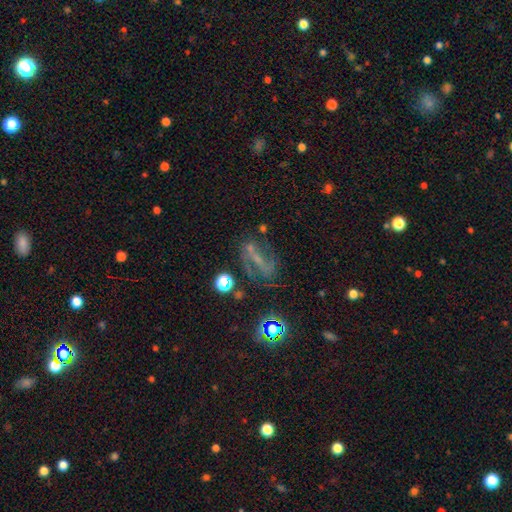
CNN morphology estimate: This is possibly a featured or disk galaxy (49%). Merging: possibly none (54%).